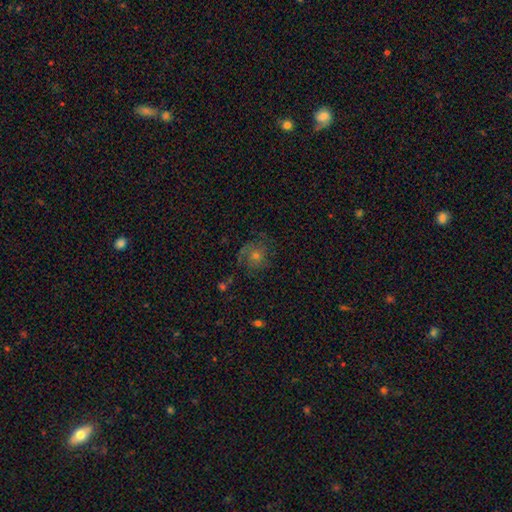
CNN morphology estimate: smooth_or_featured: featured or disk (p=0.57) [alt: smooth p=0.24]
disk_edge_on: no (p=0.97) [alt: yes p=0.03]
bar: no (p=0.79) [alt: weak p=0.18]
has_spiral_arms: yes (p=0.88) [alt: no p=0.12]
bulge_size: moderate (p=0.51) [alt: small p=0.38]
merging: none (p=0.70) [alt: minor disturbance p=0.16]